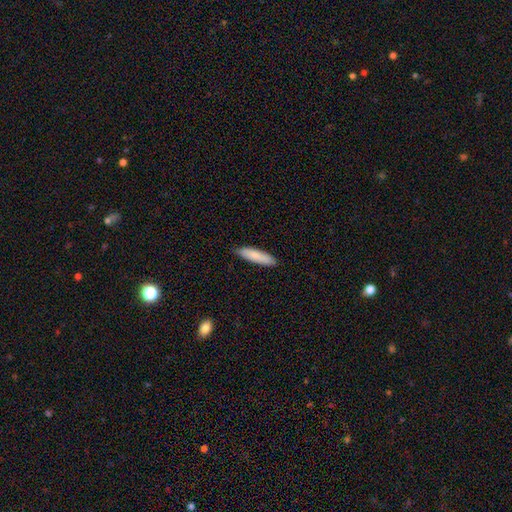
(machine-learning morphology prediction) type=smooth (85%); roundness=cigar-shaped (73%); merging=none (86%).